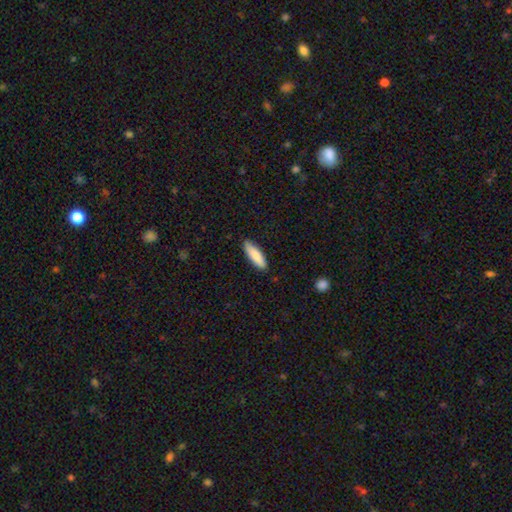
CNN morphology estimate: smooth_or_featured: smooth (p=0.85) [alt: featured or disk p=0.10]
how_rounded: cigar-shaped (p=0.55) [alt: in between p=0.44]
merging: none (p=0.87) [alt: minor disturbance p=0.10]